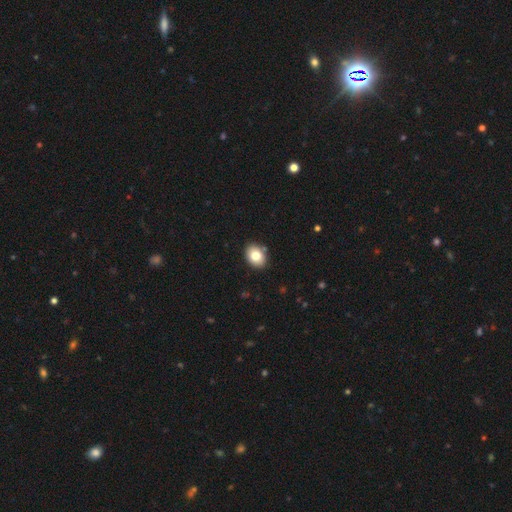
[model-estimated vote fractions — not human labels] Smooth or featured?
  - smooth: 81% *
  - featured or disk: 11%
  - star or artifact: 9%
How rounded?
  - in between: 65% *
  - round: 34%
  - cigar-shaped: 1%
Merging?
  - none: 87% *
  - minor disturbance: 9%
  - merger: 2%
  - major disturbance: 2%